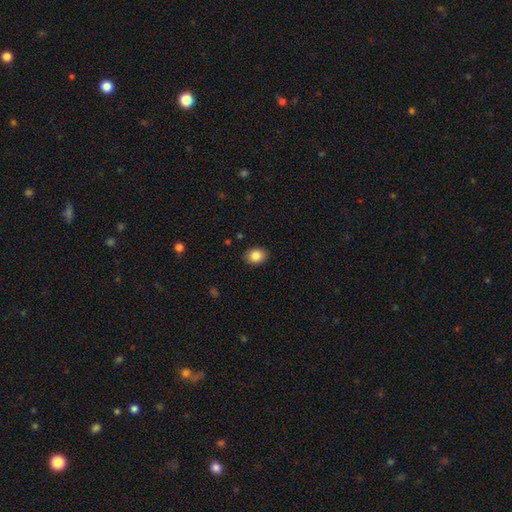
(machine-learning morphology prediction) This is clearly a smooth galaxy (86%). How rounded: possibly in between (59%). Merging: clearly none (88%).